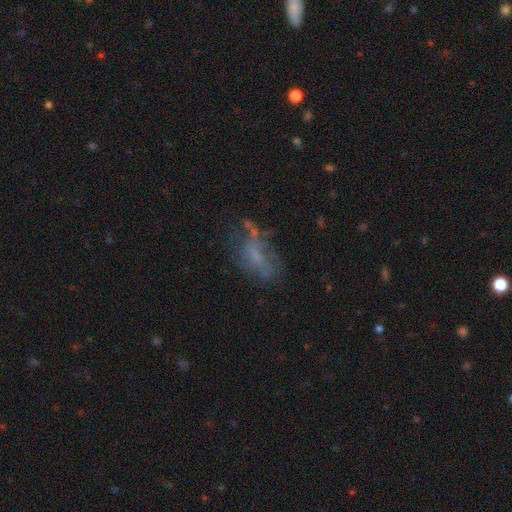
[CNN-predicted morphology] Smooth or featured? featured or disk (45%)
Merging? none (41%)